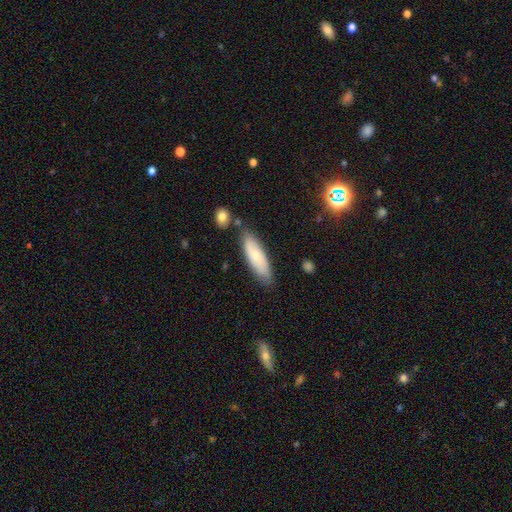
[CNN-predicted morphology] A smooth galaxy with no disk features (67%) that is cigar-shaped (52%).

Vote fractions:
- Smooth or featured? smooth: 67% / featured or disk: 26% / star or artifact: 6%
- How rounded? cigar-shaped: 52% / in between: 46% / round: 2%
- Merging? none: 77% / minor disturbance: 16% / merger: 4% / major disturbance: 3%